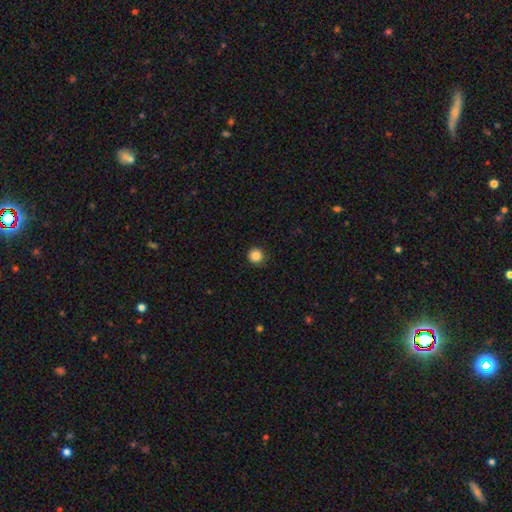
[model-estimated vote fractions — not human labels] smooth_or_featured: smooth (p=0.86) [alt: star or artifact p=0.11]
how_rounded: round (p=0.96) [alt: in between p=0.04]
merging: none (p=0.91) [alt: minor disturbance p=0.06]